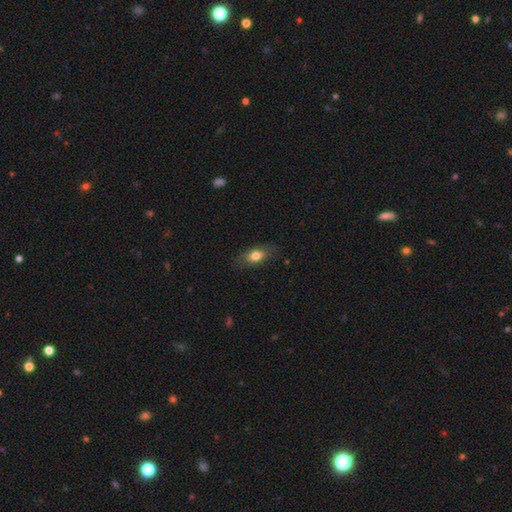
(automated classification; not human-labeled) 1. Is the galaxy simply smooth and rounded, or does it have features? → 76% smooth, 16% featured or disk, 8% star or artifact.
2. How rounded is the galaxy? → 83% in between, 10% round, 8% cigar-shaped.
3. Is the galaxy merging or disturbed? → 78% none, 16% minor disturbance, 4% major disturbance, 1% merger.